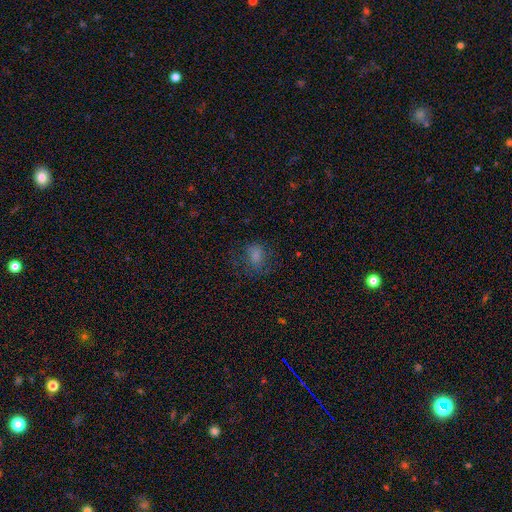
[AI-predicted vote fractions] A smooth galaxy with no disk features (72%) that is in between round and cigar-shaped (62%).

Vote fractions:
- Smooth or featured? smooth: 72% / star or artifact: 16% / featured or disk: 12%
- How rounded? in between: 62% / round: 37% / cigar-shaped: 2%
- Merging? none: 60% / minor disturbance: 20% / major disturbance: 18% / merger: 2%